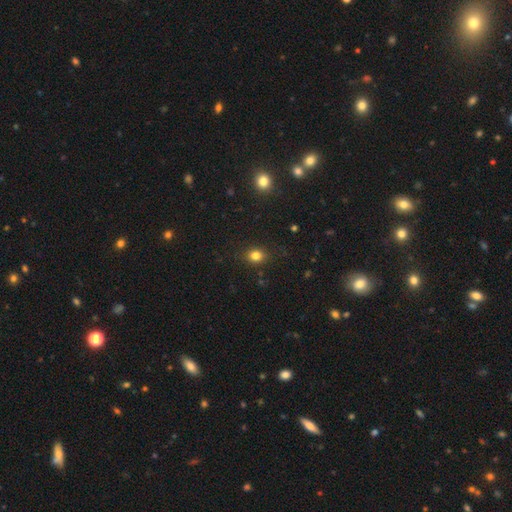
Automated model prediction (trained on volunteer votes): smooth_or_featured: smooth (p=0.81) [alt: star or artifact p=0.13]
how_rounded: round (p=0.60) [alt: in between p=0.39]
merging: none (p=0.86) [alt: minor disturbance p=0.10]